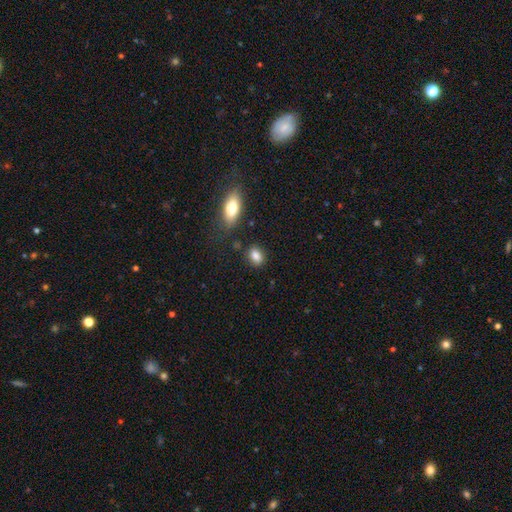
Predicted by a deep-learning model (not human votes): Smooth or featured? smooth (85%)
How rounded? in between (76%)
Merging? none (80%)